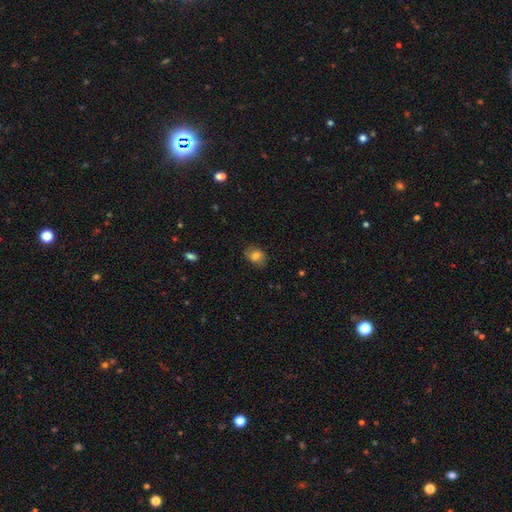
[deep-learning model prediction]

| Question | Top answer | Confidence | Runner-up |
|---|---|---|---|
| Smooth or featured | smooth | 73% | featured or disk (17%) |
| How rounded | in between | 59% | round (40%) |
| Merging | none | 77% | minor disturbance (18%) |